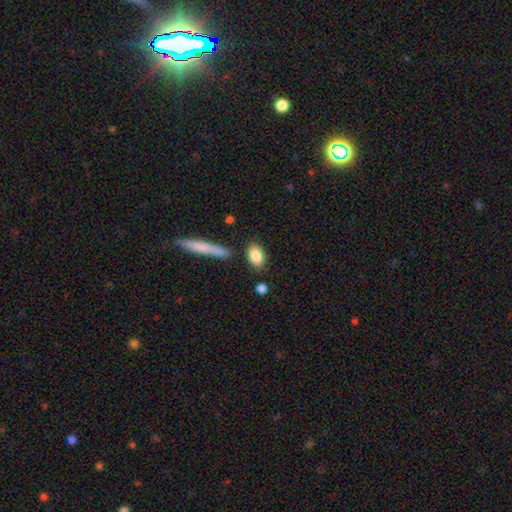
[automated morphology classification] A smooth galaxy with no disk features (85%) that is in between round and cigar-shaped (85%). Merging: none (80%).